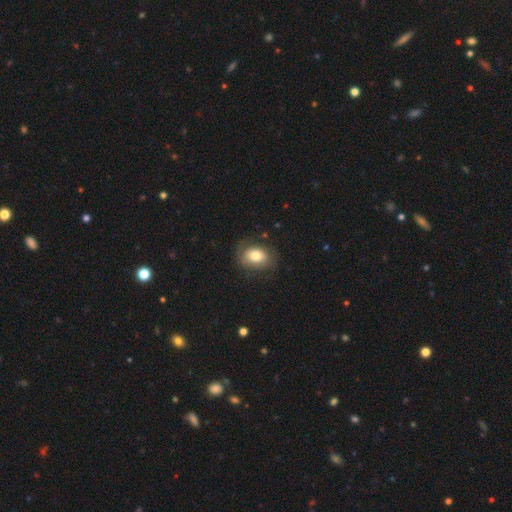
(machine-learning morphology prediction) The model was most divided on "how rounded": in between: 66%, round: 33%, cigar-shaped: 1%. More confident: smooth or featured — smooth (75%); merging — none (75%).